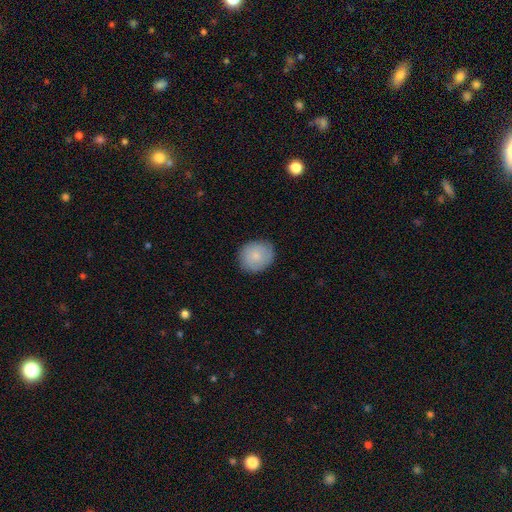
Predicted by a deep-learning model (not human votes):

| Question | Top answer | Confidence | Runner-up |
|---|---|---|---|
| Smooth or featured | smooth | 79% | featured or disk (15%) |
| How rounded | round | 77% | in between (22%) |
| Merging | none | 84% | minor disturbance (12%) |